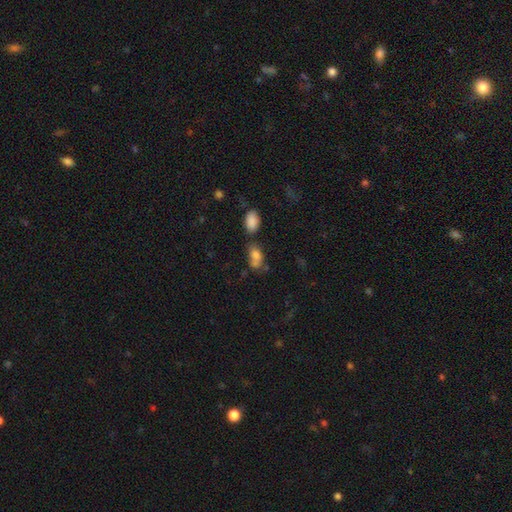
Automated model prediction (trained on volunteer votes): Smooth or featured?
  - smooth: 75% *
  - featured or disk: 14%
  - star or artifact: 11%
How rounded?
  - in between: 84% *
  - round: 12%
  - cigar-shaped: 4%
Merging?
  - merger: 36% *
  - none: 35%
  - minor disturbance: 19%
  - major disturbance: 10%